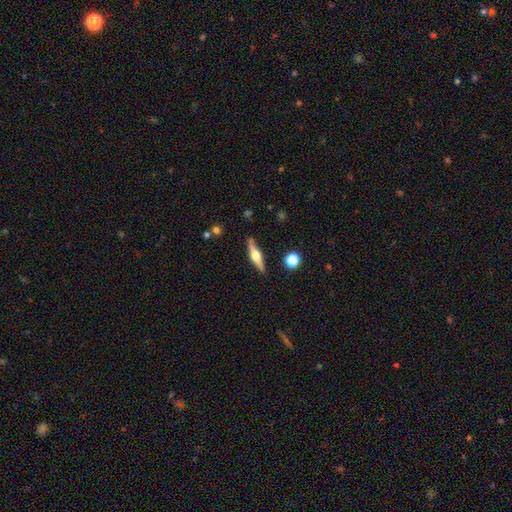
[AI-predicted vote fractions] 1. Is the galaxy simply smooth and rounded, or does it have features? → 68% featured or disk, 26% smooth, 6% star or artifact.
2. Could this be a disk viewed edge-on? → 97% yes, 3% no.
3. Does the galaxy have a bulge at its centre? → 93% rounded, 5% boxy, 2% none.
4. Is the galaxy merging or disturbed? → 87% none, 9% minor disturbance, 2% merger, 2% major disturbance.